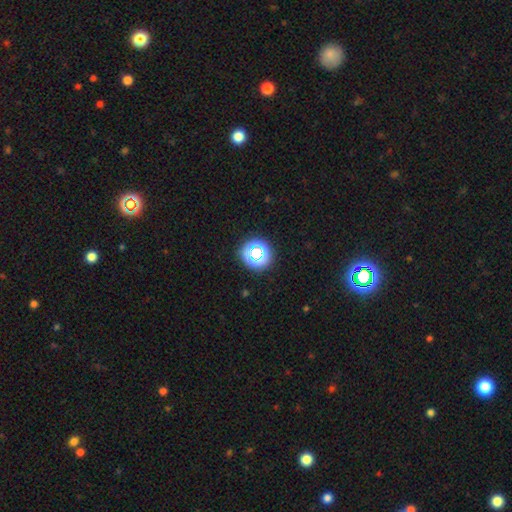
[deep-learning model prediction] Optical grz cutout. It shows a star or artifact, not a galaxy (56%).